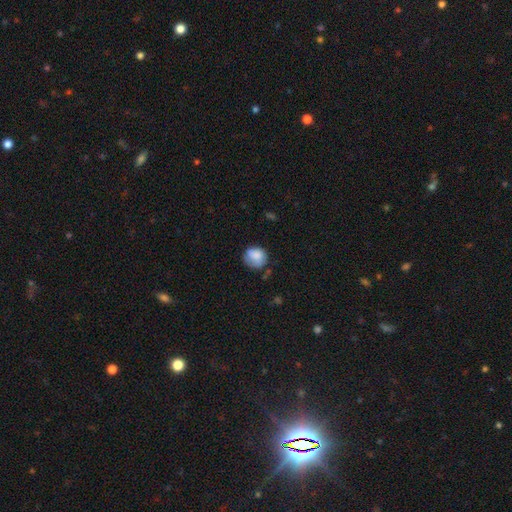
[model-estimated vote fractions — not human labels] A smooth galaxy with no disk features (80%) that is round (75%). Merging: none (54%).